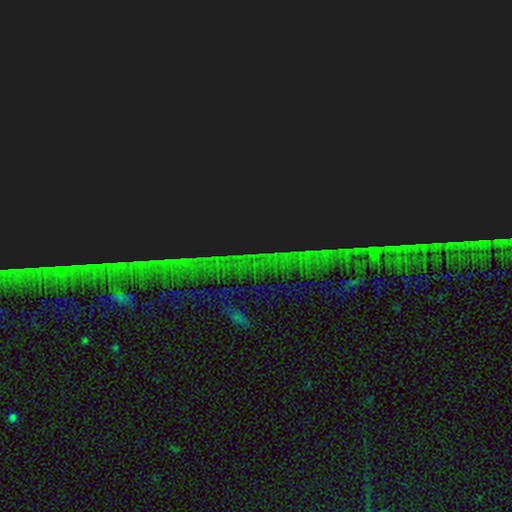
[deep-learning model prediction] Morphology: type=star or artifact (88%).